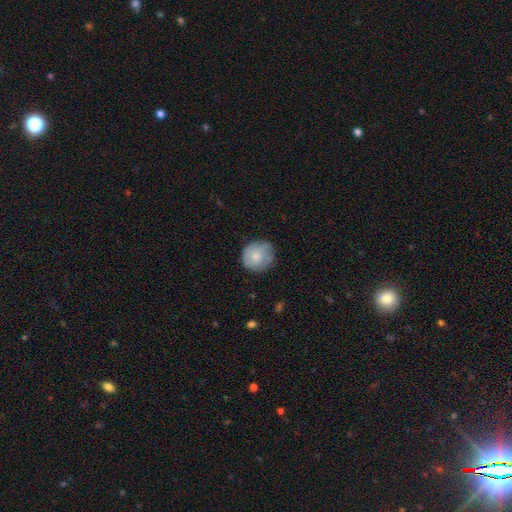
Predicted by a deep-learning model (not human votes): This appears to be a smooth galaxy with no disk features (73%) that is round (89%). Merging: none (70%).